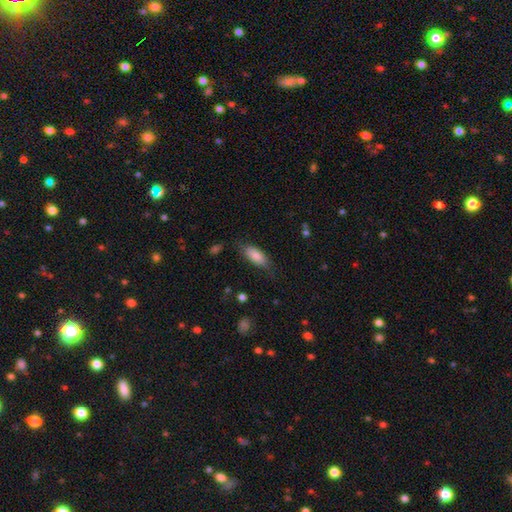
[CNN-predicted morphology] This appears to be a smooth galaxy with no disk features (81%) that is in between round and cigar-shaped (82%). Merging: none (67%).